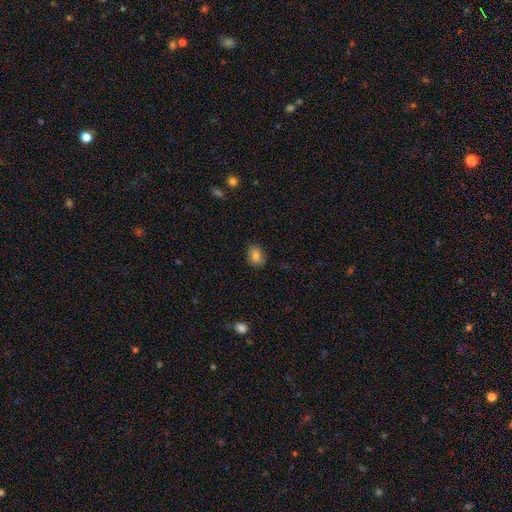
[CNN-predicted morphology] This is clearly a smooth galaxy (81%). How rounded: possibly in between (56%). Merging: clearly none (83%).